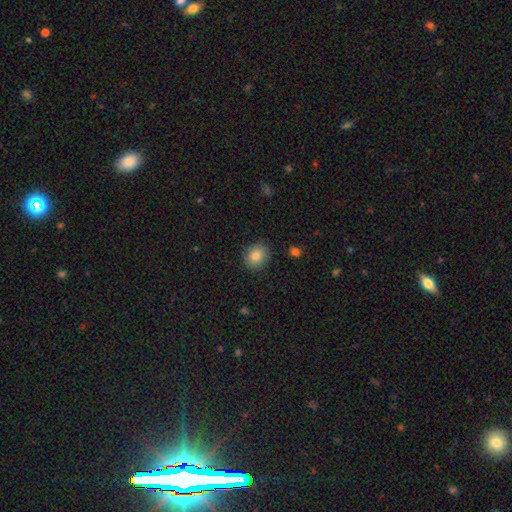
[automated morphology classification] This is clearly a smooth galaxy (85%). How rounded: possibly round (60%). Merging: clearly none (88%).